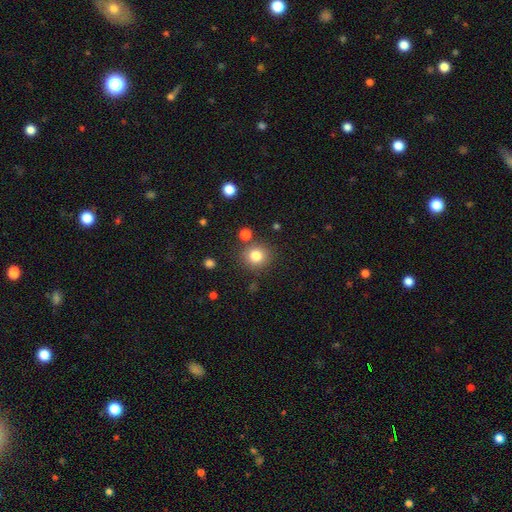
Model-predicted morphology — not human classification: smooth_or_featured: smooth (p=0.81) [alt: star or artifact p=0.12]
how_rounded: round (p=0.89) [alt: in between p=0.11]
merging: none (p=0.82) [alt: minor disturbance p=0.09]